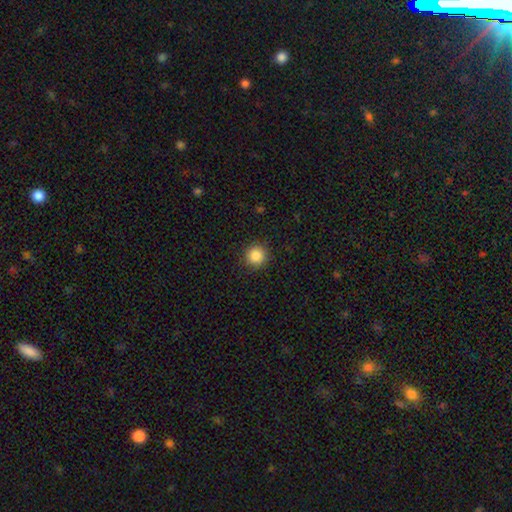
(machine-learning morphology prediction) type=smooth (86%); roundness=round (95%); merging=none (91%).